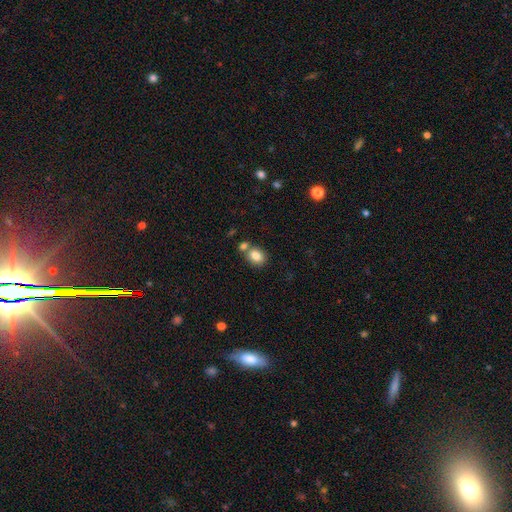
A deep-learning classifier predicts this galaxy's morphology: This appears to be a smooth galaxy with no disk features (83%) that is in between round and cigar-shaped (59%). Merging: none (57%).